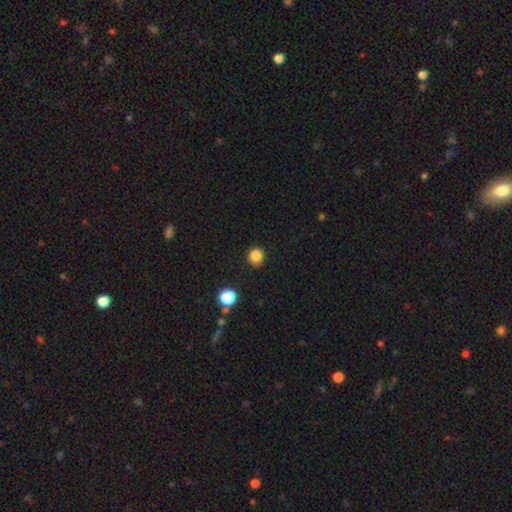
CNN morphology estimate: Q: Smooth or featured?
A: smooth (84%); runner-up: star or artifact (12%)
Q: How rounded?
A: round (86%); runner-up: in between (13%)
Q: Merging?
A: none (79%); runner-up: minor disturbance (15%)